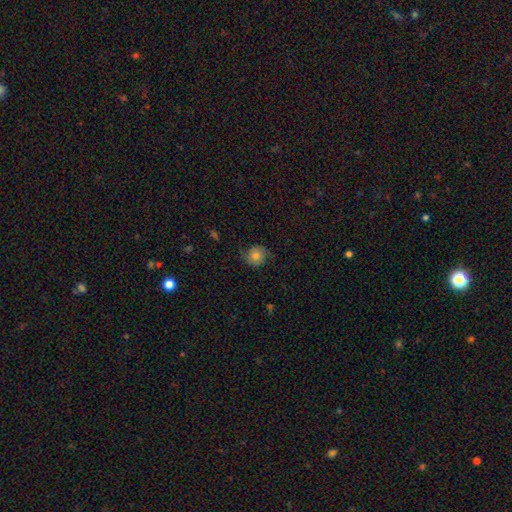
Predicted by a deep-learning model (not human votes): Smooth or featured?
  - smooth: 71% *
  - featured or disk: 20%
  - star or artifact: 10%
How rounded?
  - round: 88% *
  - in between: 11%
  - cigar-shaped: 1%
Merging?
  - none: 73% *
  - minor disturbance: 19%
  - major disturbance: 6%
  - merger: 1%